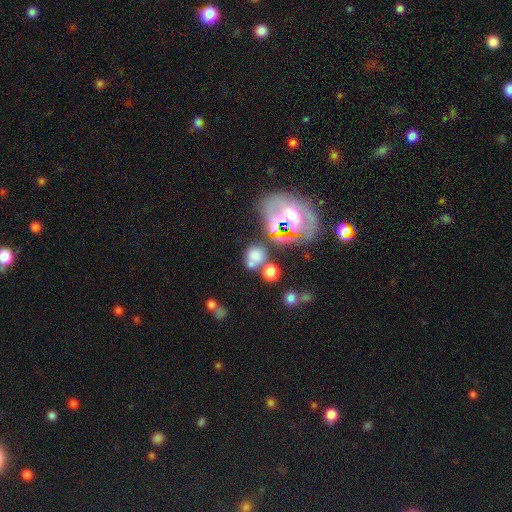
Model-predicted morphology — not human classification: Smooth or featured? smooth (61%)
How rounded? round (71%)
Merging? none (46%)